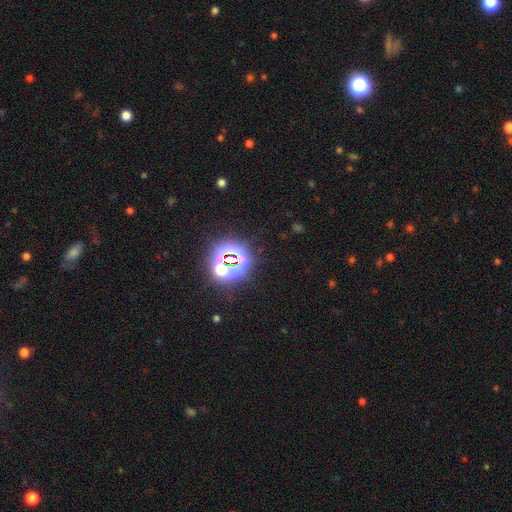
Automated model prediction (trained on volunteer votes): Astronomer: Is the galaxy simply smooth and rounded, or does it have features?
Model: star or artifact — 84%.